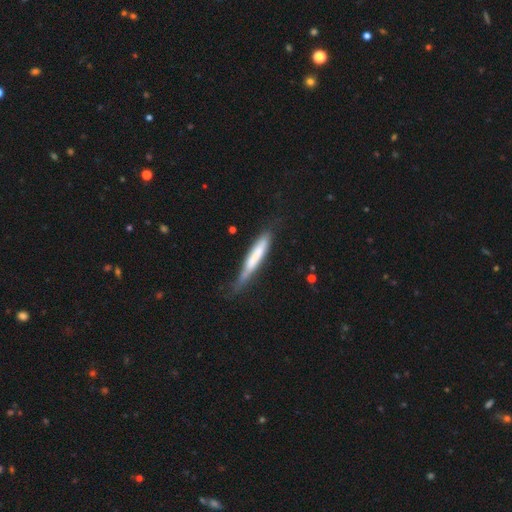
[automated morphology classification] smooth_or_featured: smooth (p=0.57) [alt: featured or disk p=0.37]
how_rounded: cigar-shaped (p=0.92) [alt: in between p=0.07]
merging: none (p=0.57) [alt: minor disturbance p=0.30]